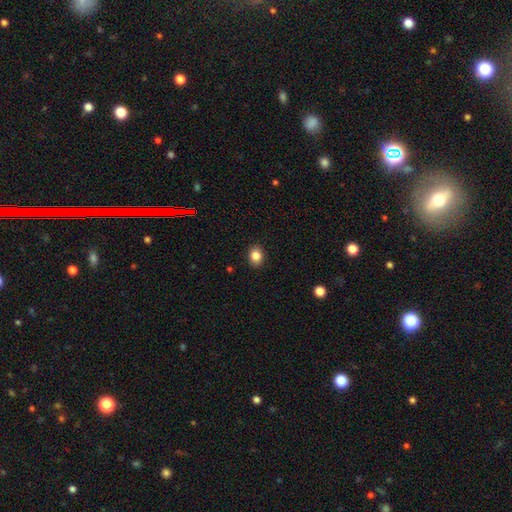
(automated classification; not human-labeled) Smooth or featured? Predicted: smooth (p=0.85). How rounded? Predicted: in between (p=0.56). Merging? Predicted: none (p=0.90).